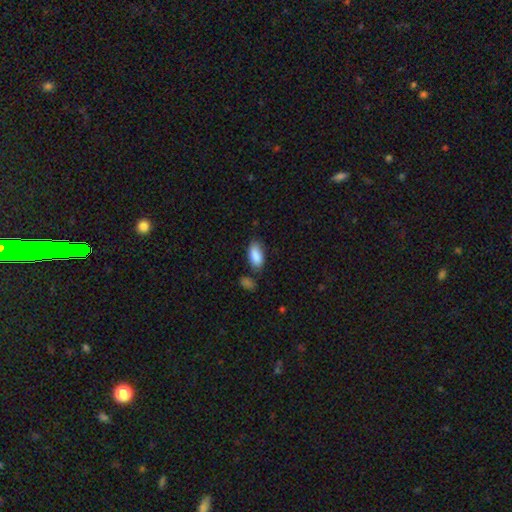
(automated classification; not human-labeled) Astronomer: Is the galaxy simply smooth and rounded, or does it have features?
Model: smooth — 88%.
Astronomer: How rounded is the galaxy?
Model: in between — 90%.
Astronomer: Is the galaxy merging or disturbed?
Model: none — 72%.